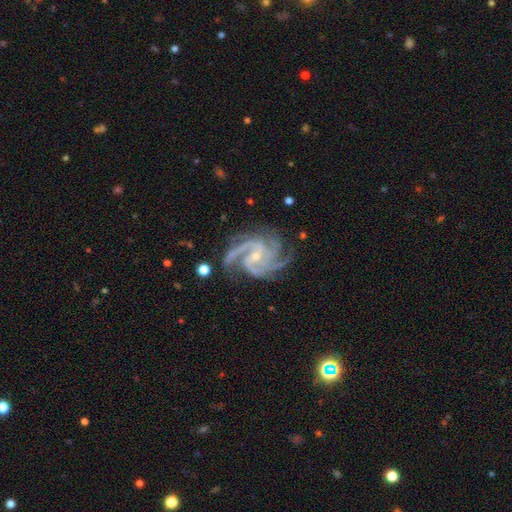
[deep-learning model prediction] A featured or disk galaxy (93%) with no bar (55%), 3 (45%) medium (49%) spiral arms (99%) and a small central bulge (74%). Merging: none (71%).